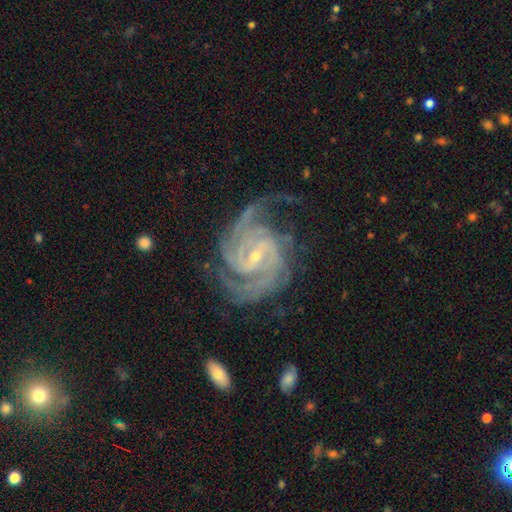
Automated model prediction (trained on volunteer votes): Smooth or featured?
  - featured or disk: 93% *
  - star or artifact: 4%
  - smooth: 2%
Edge-on disk?
  - no: 98% *
  - yes: 2%
Bar?
  - weak: 45% *
  - strong: 29%
  - no: 26%
Spiral arms?
  - yes: 99% *
  - no: 1%
Spiral winding?
  - tight: 58% *
  - medium: 37%
  - loose: 5%
Spiral arm count?
  - 2: 29% * (tied)
  - 3: 29% * (tied)
  - 4: 18%
  - can't tell: 10%
  - more than 4: 7%
  - 1: 7%
Bulge size?
  - small: 73% *
  - moderate: 24%
  - none: 1%
  - large: 1%
  - dominant: 1%
Merging?
  - none: 67% *
  - minor disturbance: 19%
  - major disturbance: 12%
  - merger: 2%